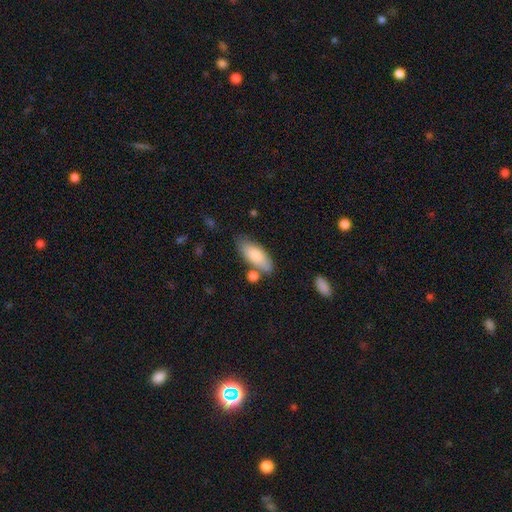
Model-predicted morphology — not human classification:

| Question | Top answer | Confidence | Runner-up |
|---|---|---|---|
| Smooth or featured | smooth | 79% | featured or disk (15%) |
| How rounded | in between | 80% | cigar-shaped (18%) |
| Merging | none | 70% | minor disturbance (16%) |